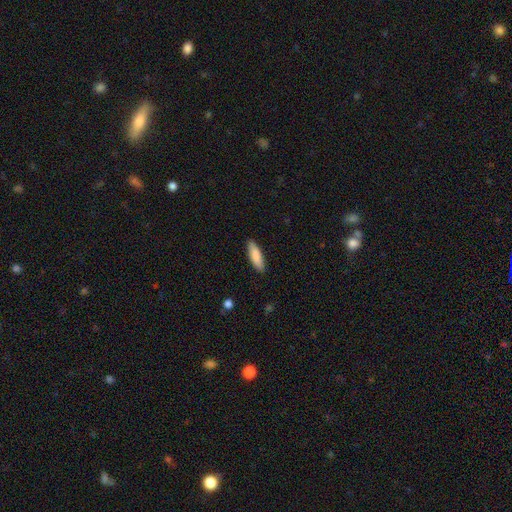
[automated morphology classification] type=smooth (87%); roundness=cigar-shaped (51%); merging=none (89%).